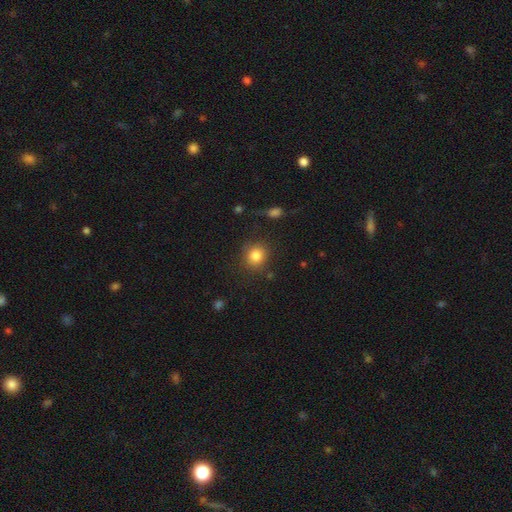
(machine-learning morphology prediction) This is clearly a smooth galaxy (83%). How rounded: clearly round (82%). Merging: clearly none (83%).